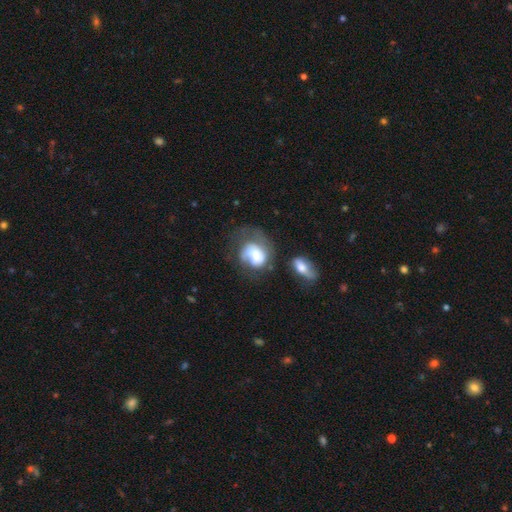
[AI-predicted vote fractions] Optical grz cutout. It shows a featured or disk galaxy (50%). Merging: major disturbance (34%).